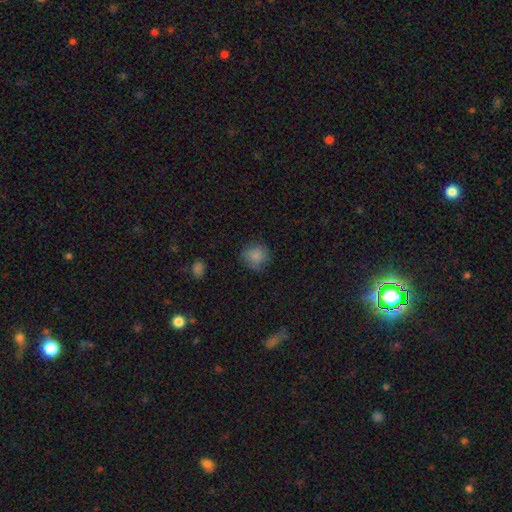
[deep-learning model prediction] This is clearly a smooth galaxy (84%). How rounded: clearly round (88%). Merging: likely none (77%).